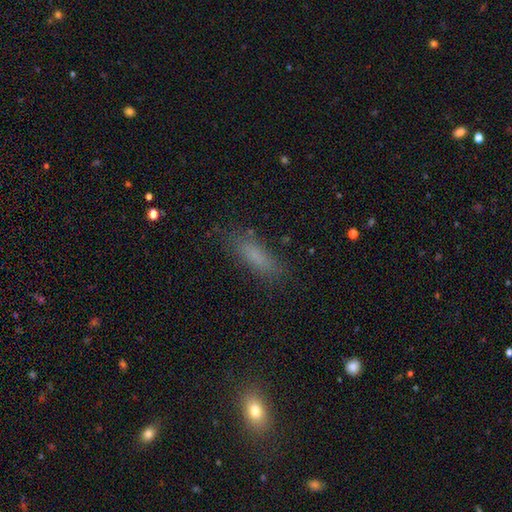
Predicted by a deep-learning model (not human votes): Smooth or featured? smooth (75%)
How rounded? cigar-shaped (52%)
Merging? none (81%)